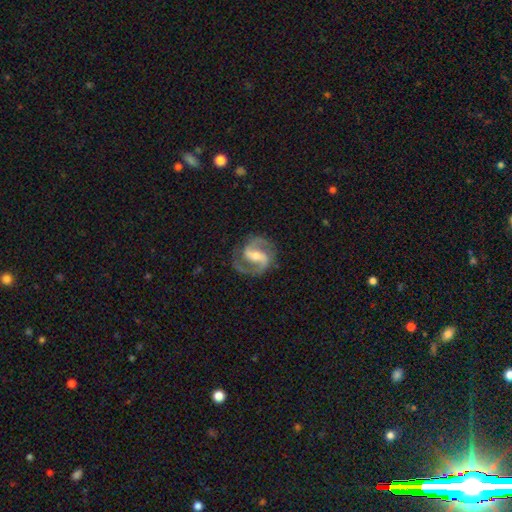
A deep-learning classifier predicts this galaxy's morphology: This appears to be a featured or disk galaxy (91%) with a strong bar (45%), 2 (92%) medium (61%) spiral arms (98%) and a moderate central bulge (48%). Merging: none (81%).